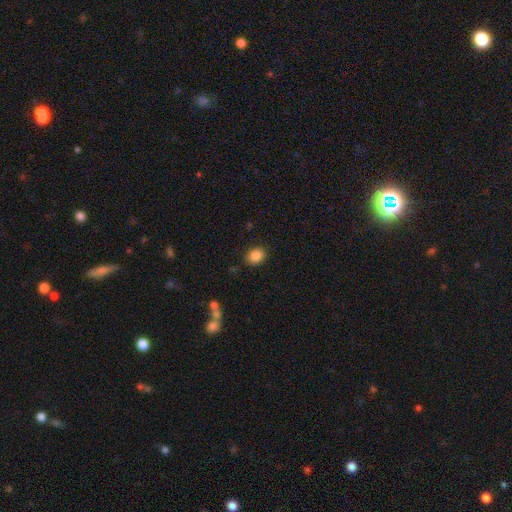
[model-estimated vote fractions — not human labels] A smooth galaxy with no disk features (87%) that is in between round and cigar-shaped (57%). Merging: none (86%).